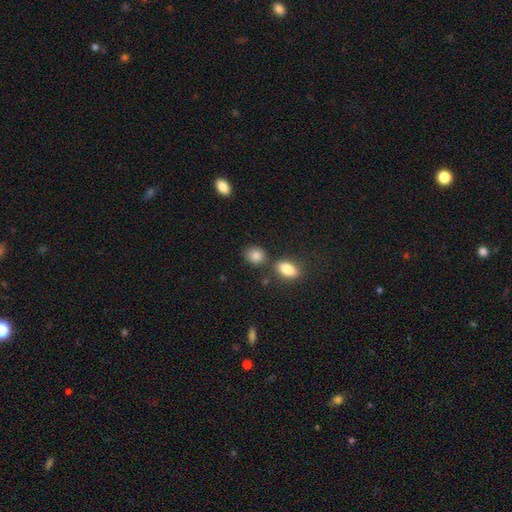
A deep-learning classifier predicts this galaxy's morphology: smooth 86%, star or artifact 9%, featured or disk 5%. Down the decision tree: how rounded — round (64%); merging — none (73%).